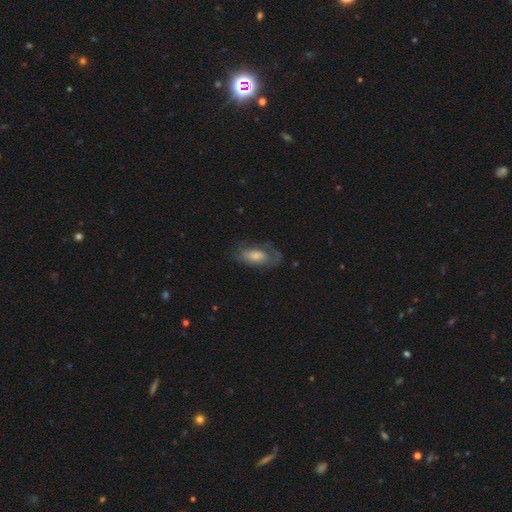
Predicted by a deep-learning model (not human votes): Q: Smooth or featured?
A: smooth (57%); runner-up: featured or disk (36%)
Q: How rounded?
A: in between (90%); runner-up: cigar-shaped (7%)
Q: Merging?
A: none (56%); runner-up: minor disturbance (24%)